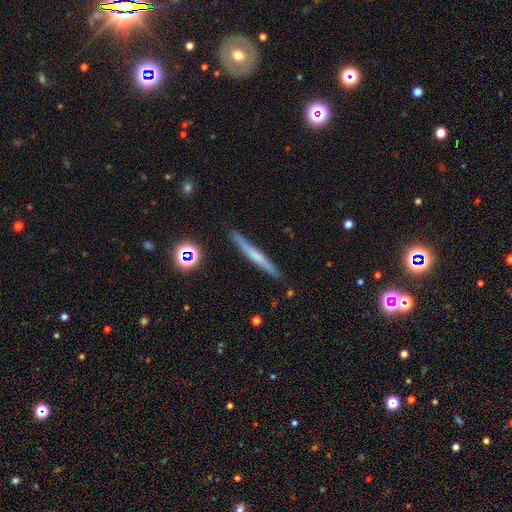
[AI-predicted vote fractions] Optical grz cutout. It shows a featured or disk galaxy (49%). Merging: none (89%).